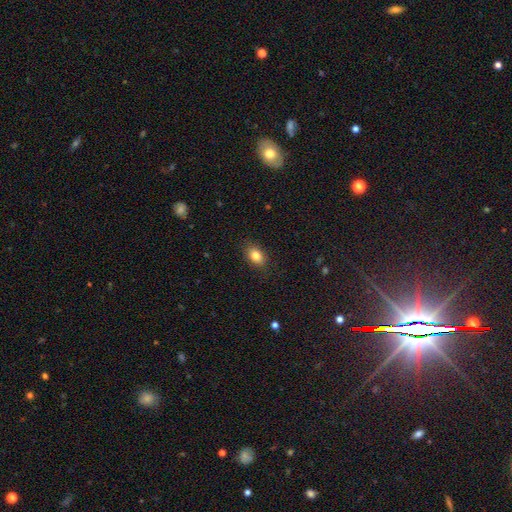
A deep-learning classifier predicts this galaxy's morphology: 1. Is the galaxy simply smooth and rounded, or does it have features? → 84% smooth, 9% star or artifact, 8% featured or disk.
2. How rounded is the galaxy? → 82% in between, 16% round, 2% cigar-shaped.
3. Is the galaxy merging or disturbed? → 86% none, 11% minor disturbance, 3% major disturbance, 1% merger.